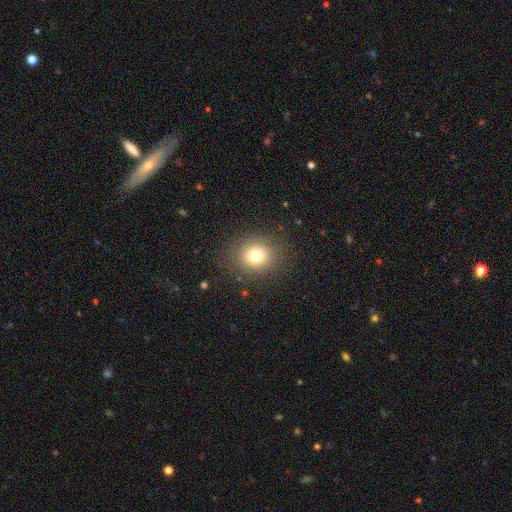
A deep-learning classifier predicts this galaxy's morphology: Q: Smooth or featured?
A: smooth (76%); runner-up: star or artifact (14%)
Q: How rounded?
A: round (79%); runner-up: in between (20%)
Q: Merging?
A: none (87%); runner-up: minor disturbance (8%)